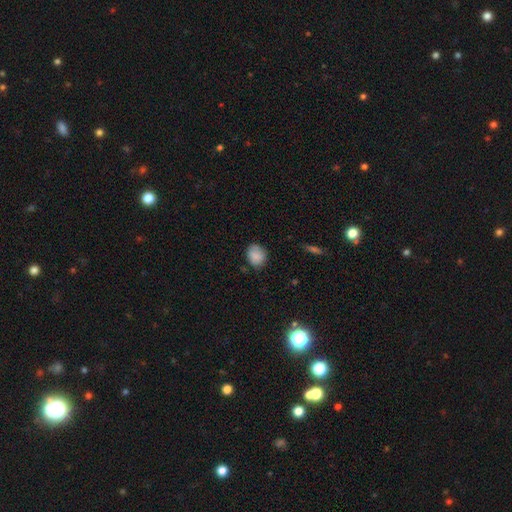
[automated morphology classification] smooth-or-featured: smooth: 85% | star or artifact: 8% | featured or disk: 7%
  how-rounded: round: 62% | in between: 37% | cigar-shaped: 1%
  merging: none: 73% | minor disturbance: 22% | major disturbance: 4% | merger: 2%